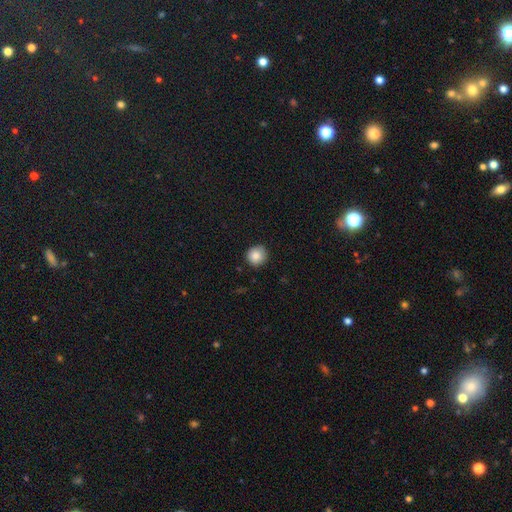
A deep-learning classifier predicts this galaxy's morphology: A smooth galaxy with no disk features (86%) that is round (92%).

Vote fractions:
- Smooth or featured? smooth: 86% / star or artifact: 9% / featured or disk: 5%
- How rounded? round: 92% / in between: 7% / cigar-shaped: 1%
- Merging? none: 87% / minor disturbance: 10% / major disturbance: 2% / merger: 1%